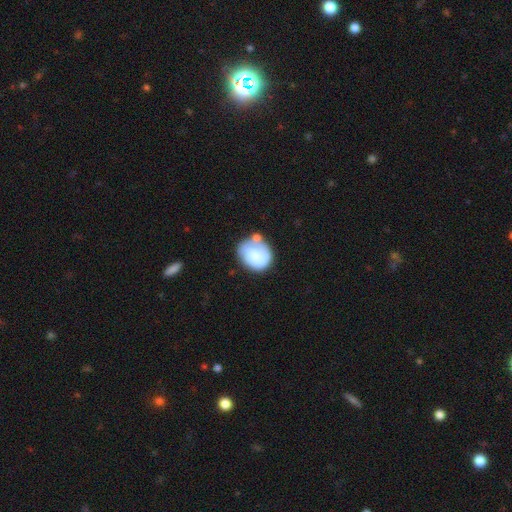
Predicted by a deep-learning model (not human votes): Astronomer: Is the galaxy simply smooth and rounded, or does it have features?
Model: smooth — 54% (runner-up: featured or disk, 40%).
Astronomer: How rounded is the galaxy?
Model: round — 66%.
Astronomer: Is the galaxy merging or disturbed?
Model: none — 50%.